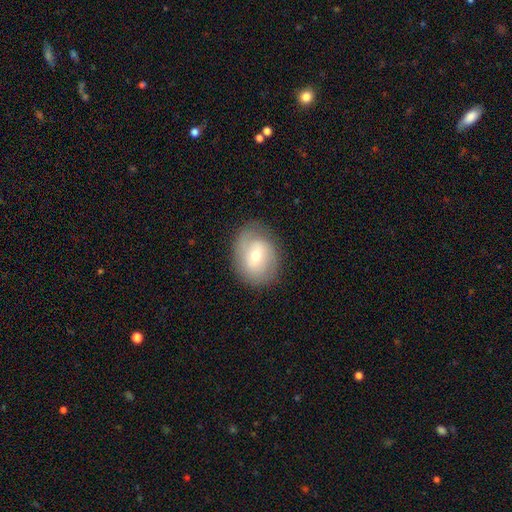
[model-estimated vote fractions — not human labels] A smooth galaxy with no disk features (47%).

Vote fractions:
- Smooth or featured? smooth: 47% / featured or disk: 45% / star or artifact: 9%
- Merging? none: 78% / minor disturbance: 15% / major disturbance: 6% / merger: 1%